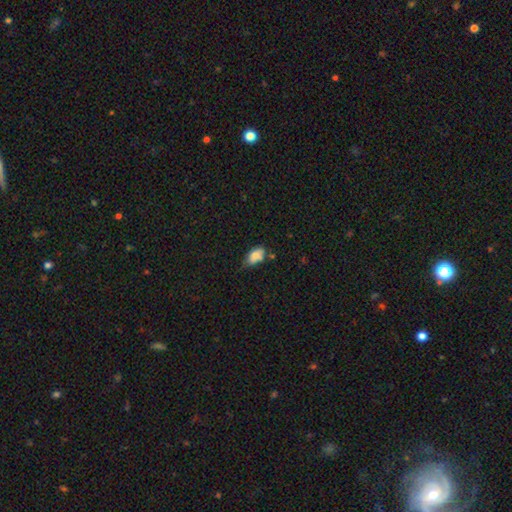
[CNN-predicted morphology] A smooth galaxy with no disk features (78%) that is in between round and cigar-shaped (90%).

Vote fractions:
- Smooth or featured? smooth: 78% / featured or disk: 13% / star or artifact: 9%
- How rounded? in between: 90% / round: 5% / cigar-shaped: 4%
- Merging? none: 48% / minor disturbance: 35% / merger: 10% / major disturbance: 8%